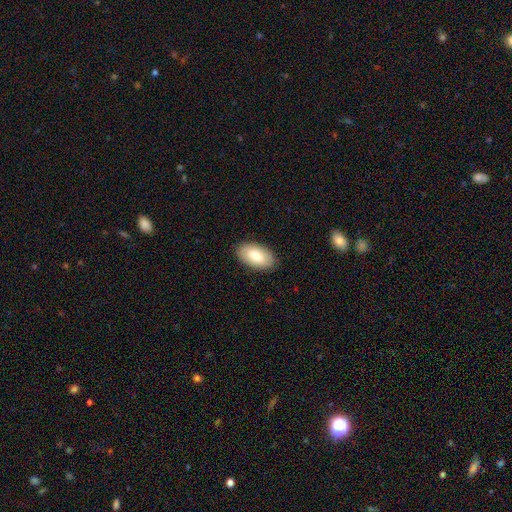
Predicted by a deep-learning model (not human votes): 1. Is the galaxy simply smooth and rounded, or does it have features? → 82% smooth, 12% featured or disk, 6% star or artifact.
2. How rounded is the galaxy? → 95% in between, 2% round, 2% cigar-shaped.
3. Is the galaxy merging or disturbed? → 88% none, 9% minor disturbance, 2% major disturbance, 1% merger.